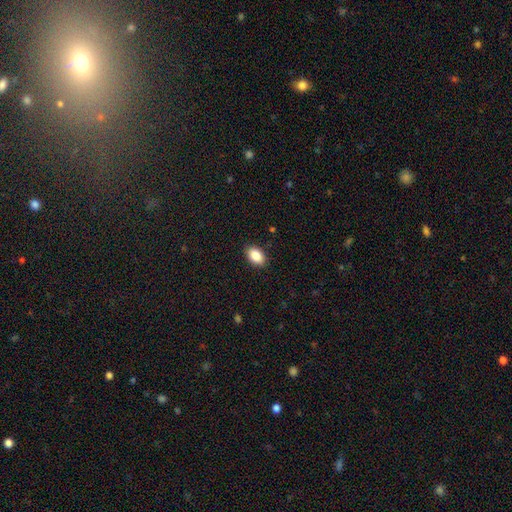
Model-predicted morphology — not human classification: smooth-or-featured: smooth: 88% | star or artifact: 7% | featured or disk: 5%
  how-rounded: in between: 90% | round: 8% | cigar-shaped: 1%
  merging: none: 89% | minor disturbance: 8% | major disturbance: 2% | merger: 1%